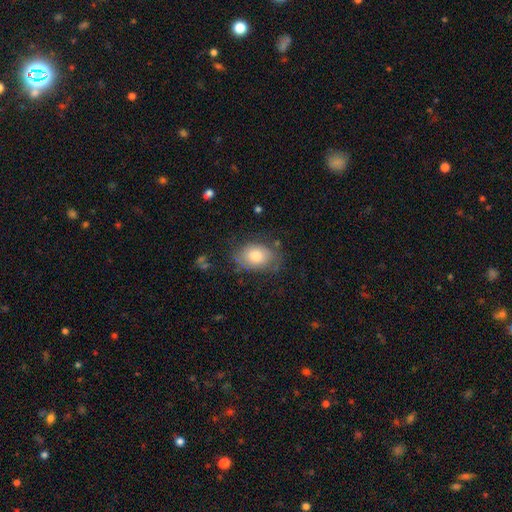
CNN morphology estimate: A smooth galaxy with no disk features (75%) that is in between round and cigar-shaped (72%).

Vote fractions:
- Smooth or featured? smooth: 75% / featured or disk: 17% / star or artifact: 8%
- How rounded? in between: 72% / round: 27% / cigar-shaped: 1%
- Merging? none: 67% / minor disturbance: 22% / major disturbance: 8% / merger: 2%